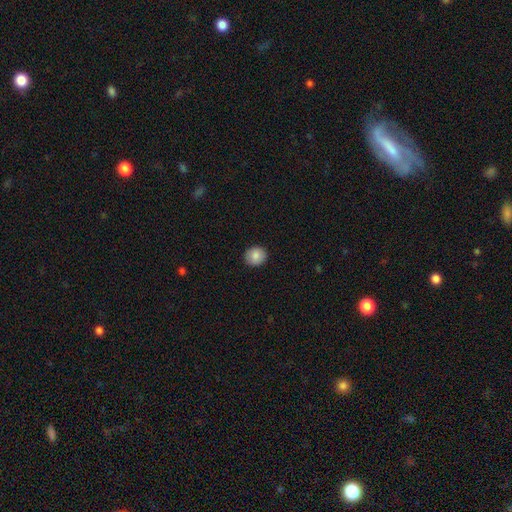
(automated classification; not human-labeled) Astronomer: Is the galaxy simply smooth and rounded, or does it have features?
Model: smooth — 87%.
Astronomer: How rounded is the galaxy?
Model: round — 73%.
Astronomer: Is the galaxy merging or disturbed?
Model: none — 90%.